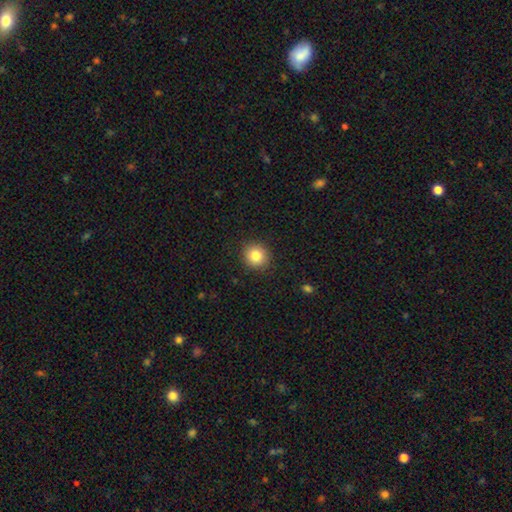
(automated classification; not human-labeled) Smooth or featured: smooth — 83% (star or artifact — 10%)
How rounded: round — 91% (in between — 8%)
Merging: none — 91% (minor disturbance — 6%)